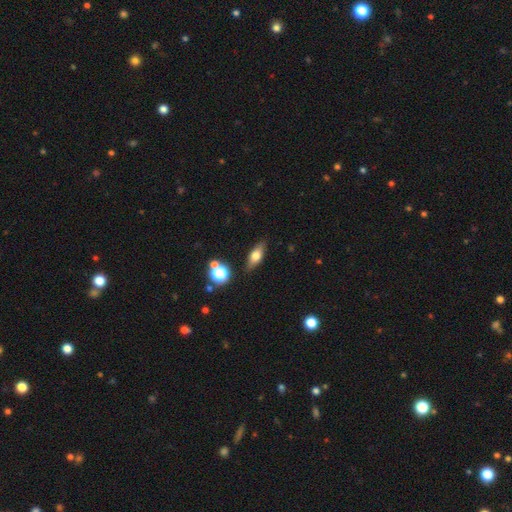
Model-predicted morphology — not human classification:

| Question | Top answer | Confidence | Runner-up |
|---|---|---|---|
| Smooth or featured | smooth | 55% | featured or disk (35%) |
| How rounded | in between | 63% | cigar-shaped (29%) |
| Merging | none | 84% | minor disturbance (10%) |